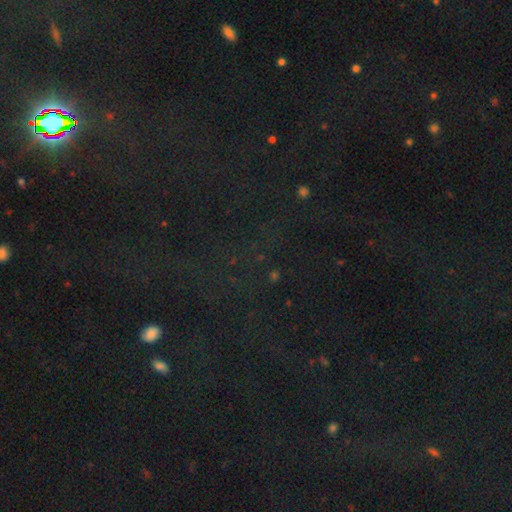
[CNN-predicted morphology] Smooth or featured?
  - star or artifact: 79% *
  - smooth: 14%
  - featured or disk: 7%